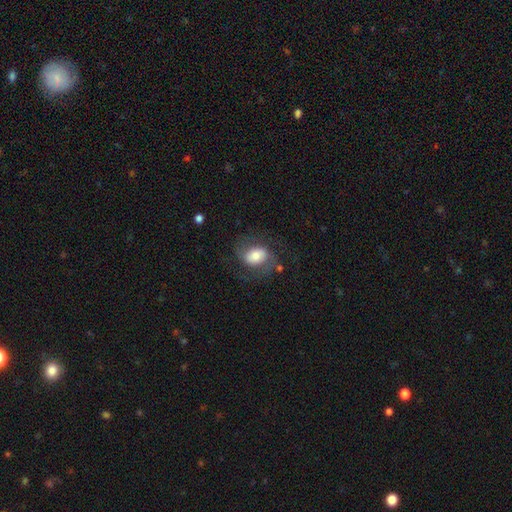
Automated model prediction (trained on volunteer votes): This is possibly a smooth galaxy (53%). How rounded: likely in between (67%). Merging: likely none (63%).